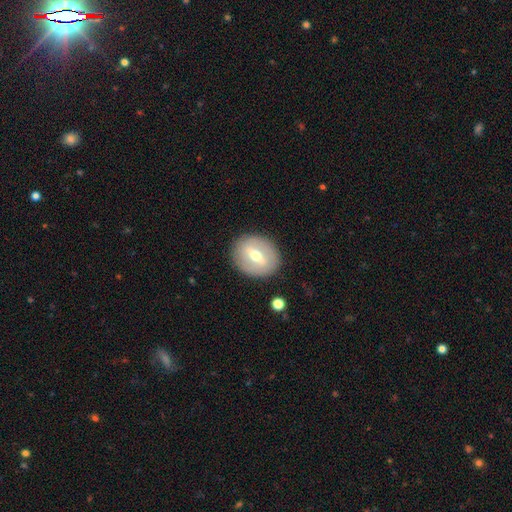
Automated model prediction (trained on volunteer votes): smooth_or_featured: featured or disk (p=0.54) [alt: smooth p=0.39]
disk_edge_on: no (p=0.86) [alt: yes p=0.14]
merging: none (p=0.87) [alt: minor disturbance p=0.08]